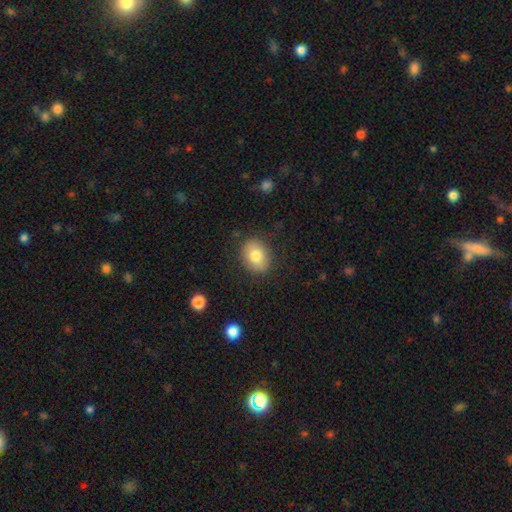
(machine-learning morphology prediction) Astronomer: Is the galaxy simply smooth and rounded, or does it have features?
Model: smooth — 80%.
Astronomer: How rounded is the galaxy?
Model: in between — 61% (runner-up: round, 38%).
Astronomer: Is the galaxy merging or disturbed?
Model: none — 84%.